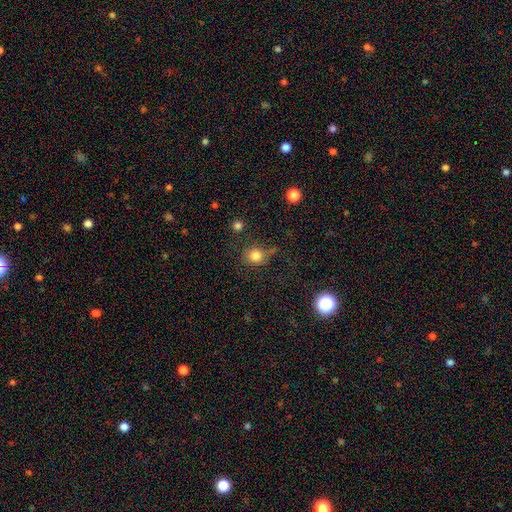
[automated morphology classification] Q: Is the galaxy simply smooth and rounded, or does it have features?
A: smooth — 81%.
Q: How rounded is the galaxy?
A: round — 82%.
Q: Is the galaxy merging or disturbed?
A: none — 69%.